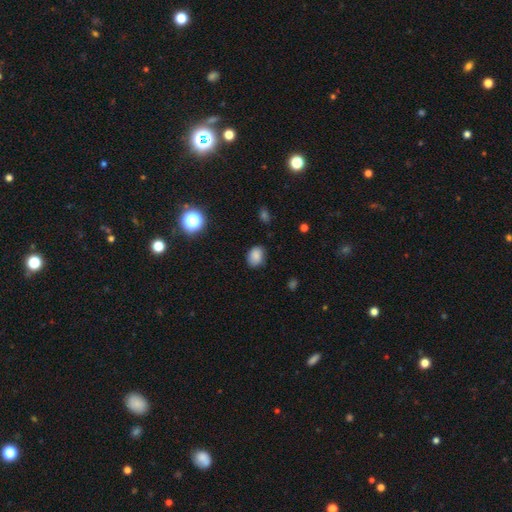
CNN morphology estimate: A smooth galaxy with no disk features (82%) that is in between round and cigar-shaped (66%).

Vote fractions:
- Smooth or featured? smooth: 82% / star or artifact: 12% / featured or disk: 6%
- How rounded? in between: 66% / round: 33% / cigar-shaped: 1%
- Merging? none: 79% / minor disturbance: 16% / major disturbance: 3% / merger: 1%